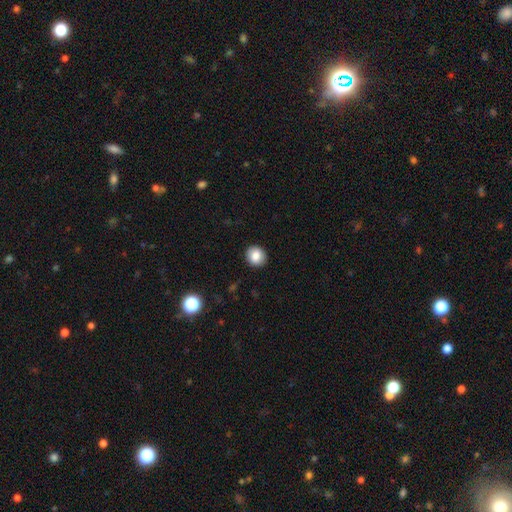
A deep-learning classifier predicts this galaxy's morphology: Smooth or featured? Predicted: smooth (p=0.83). How rounded? Predicted: round (p=0.85). Merging? Predicted: none (p=0.92).